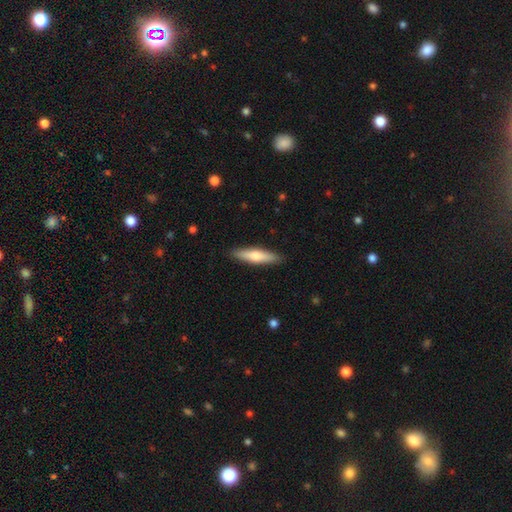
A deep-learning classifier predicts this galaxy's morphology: The model was most divided on "smooth or featured": smooth: 63%, featured or disk: 31%, star or artifact: 5%. More confident: merging — none (90%); how rounded — cigar-shaped (79%).